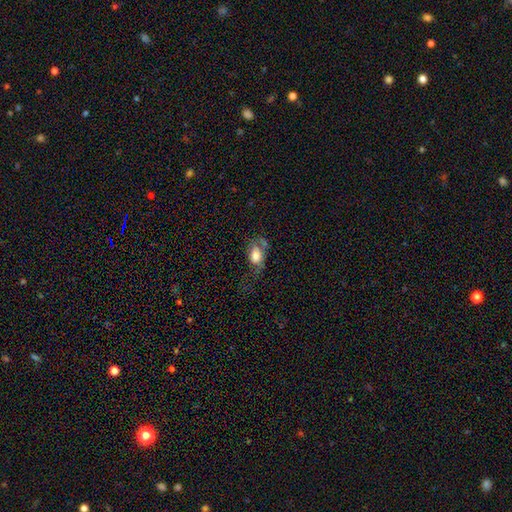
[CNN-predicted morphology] smooth_or_featured: smooth (p=0.67) [alt: featured or disk p=0.25]
how_rounded: in between (p=0.85) [alt: round p=0.13]
merging: major disturbance (p=0.35) [alt: none p=0.31]